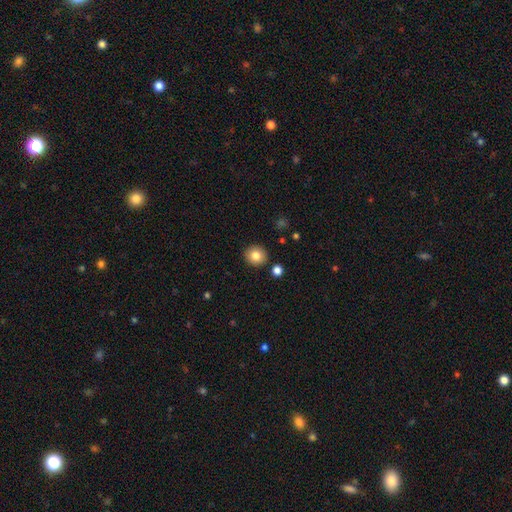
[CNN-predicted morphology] smooth-or-featured: smooth: 82% | star or artifact: 10% | featured or disk: 8%
  how-rounded: round: 88% | in between: 11% | cigar-shaped: 1%
  merging: none: 89% | minor disturbance: 6% | merger: 3% | major disturbance: 2%